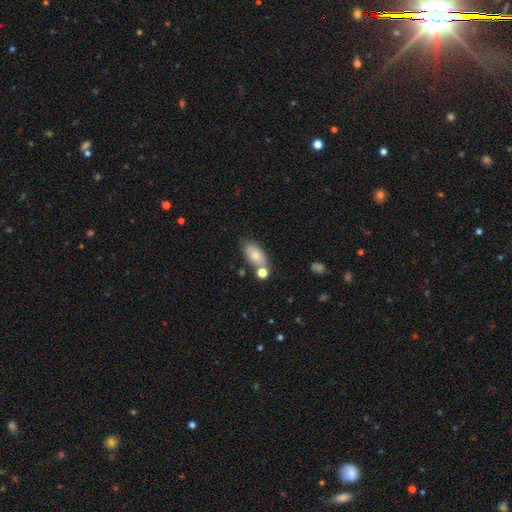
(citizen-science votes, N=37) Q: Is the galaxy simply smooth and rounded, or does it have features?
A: smooth — 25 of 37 (68%).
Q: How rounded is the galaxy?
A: in between — 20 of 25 (80%).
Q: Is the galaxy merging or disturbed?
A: none — 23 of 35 (66%).